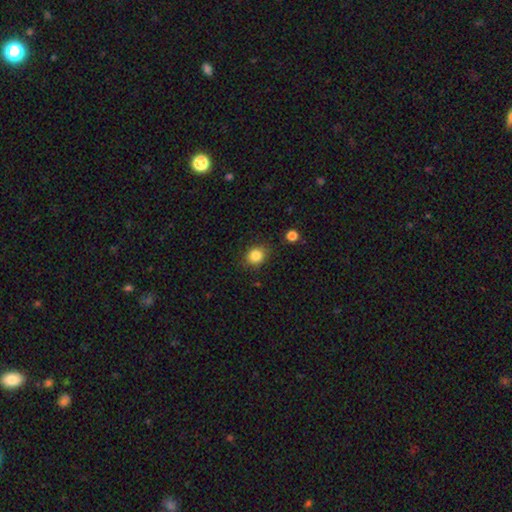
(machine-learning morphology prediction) Smooth or featured? Predicted: smooth (p=0.84). How rounded? Predicted: round (p=0.70). Merging? Predicted: none (p=0.83).